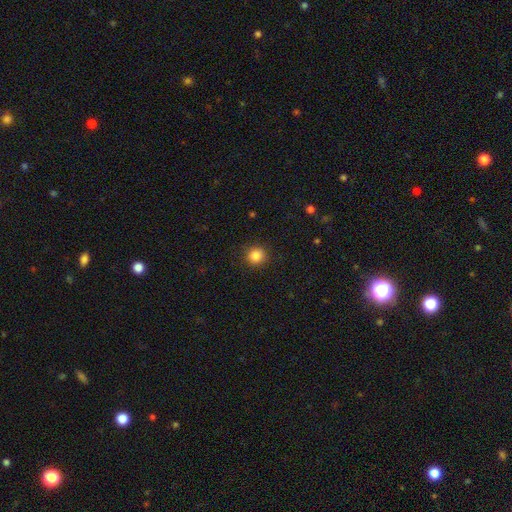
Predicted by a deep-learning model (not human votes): Overall: smooth (85%). How rounded: round (92%). Merging: none (90%).